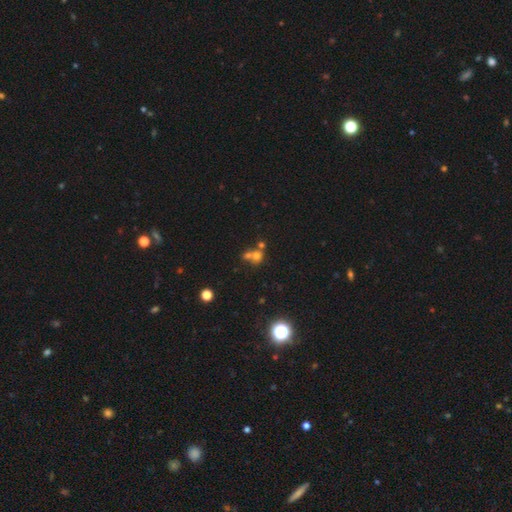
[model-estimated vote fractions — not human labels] This is likely a smooth galaxy (61%). How rounded: likely round (79%). Merging: possibly merger (52%).